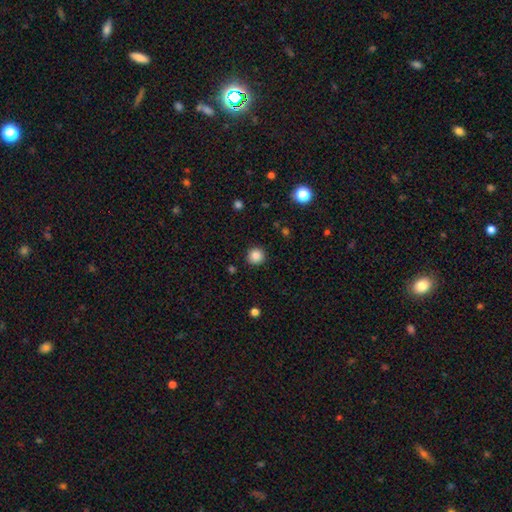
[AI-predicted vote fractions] Smooth or featured? smooth (85%)
How rounded? round (94%)
Merging? none (91%)